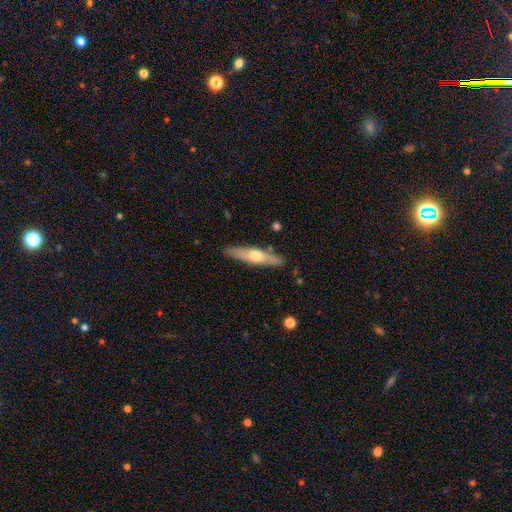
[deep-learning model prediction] Smooth or featured?
  - featured or disk: 49% *
  - smooth: 46%
  - star or artifact: 5%
Merging?
  - none: 86% *
  - minor disturbance: 10%
  - major disturbance: 2%
  - merger: 2%